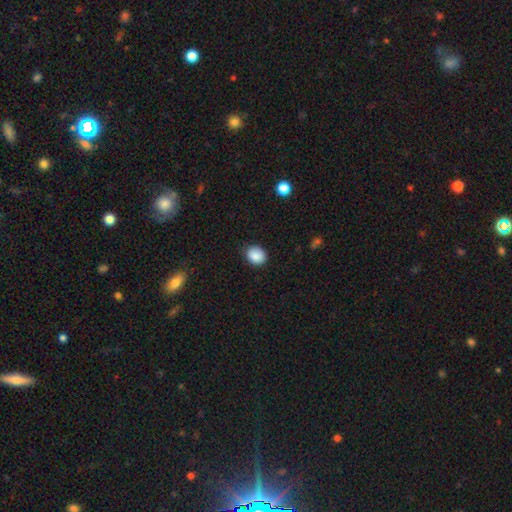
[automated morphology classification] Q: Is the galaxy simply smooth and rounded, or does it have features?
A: smooth — 88%.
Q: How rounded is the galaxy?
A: round — 59%.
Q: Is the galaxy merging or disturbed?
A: none — 84%.